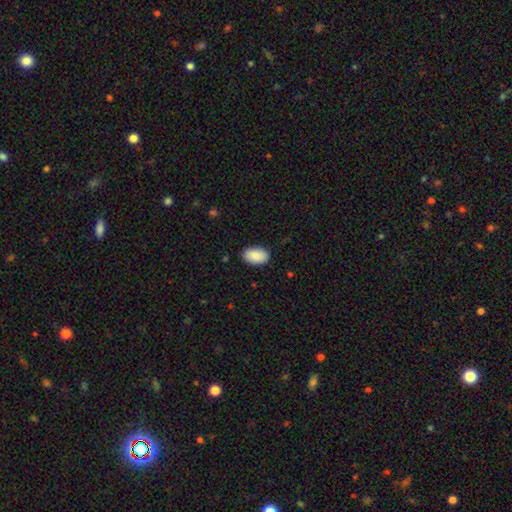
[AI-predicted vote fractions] A smooth galaxy with no disk features (89%) that is in between round and cigar-shaped (94%). Merging: none (88%).